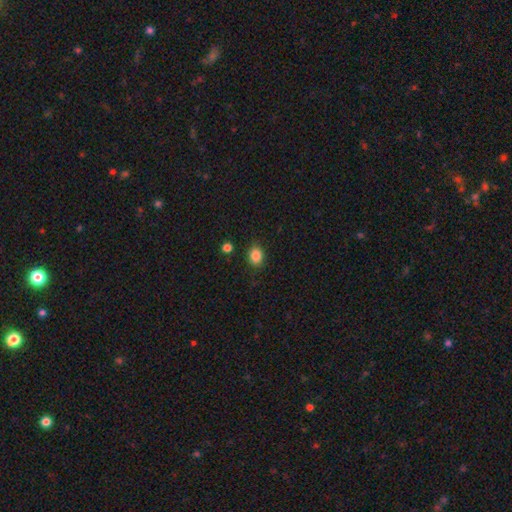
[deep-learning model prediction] A smooth galaxy with no disk features (85%) that is in between round and cigar-shaped (55%).

Vote fractions:
- Smooth or featured? smooth: 85% / star or artifact: 10% / featured or disk: 4%
- How rounded? in between: 55% / round: 44% / cigar-shaped: 1%
- Merging? none: 85% / minor disturbance: 10% / major disturbance: 3% / merger: 2%